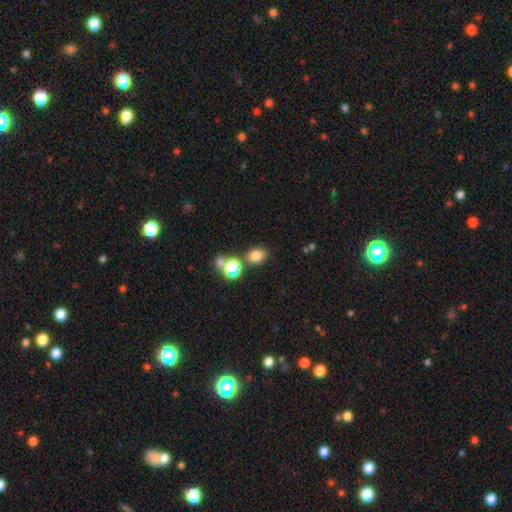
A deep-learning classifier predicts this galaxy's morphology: Smooth or featured? Predicted: smooth (p=0.77). How rounded? Predicted: in between (p=0.50). Merging? Predicted: none (p=0.68).